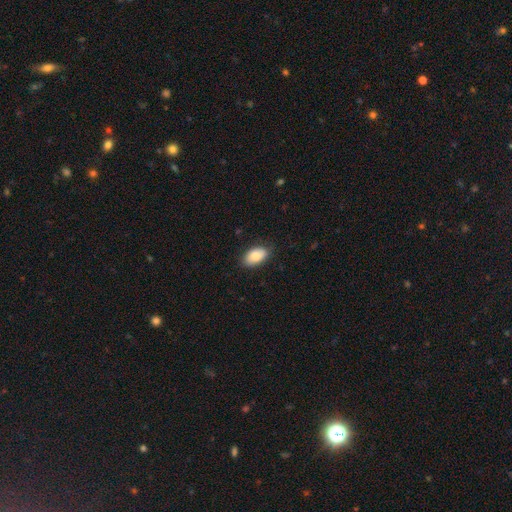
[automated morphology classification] smooth_or_featured: smooth (p=0.84) [alt: featured or disk p=0.09]
how_rounded: in between (p=0.93) [alt: round p=0.05]
merging: none (p=0.82) [alt: minor disturbance p=0.14]